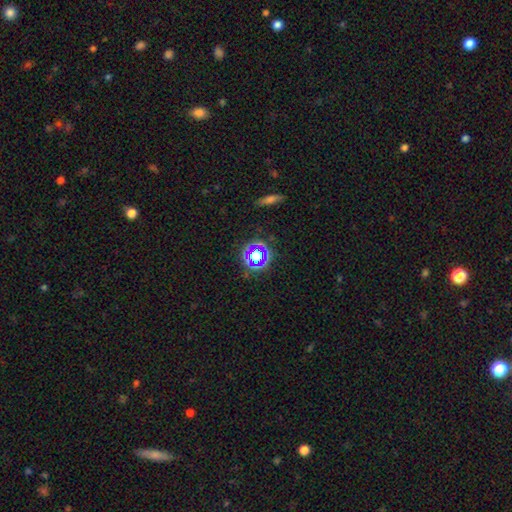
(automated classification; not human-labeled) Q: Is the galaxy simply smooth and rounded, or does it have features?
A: star or artifact — 58%.